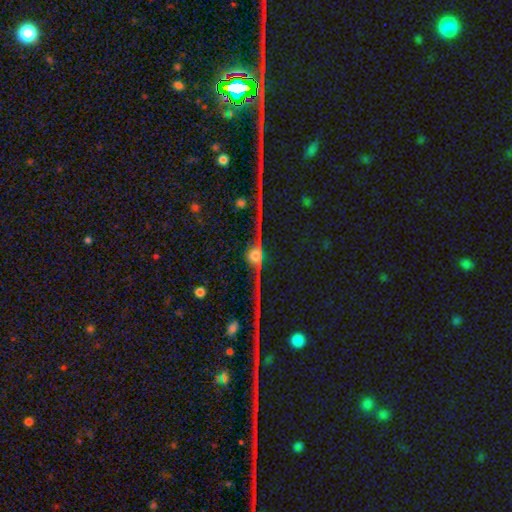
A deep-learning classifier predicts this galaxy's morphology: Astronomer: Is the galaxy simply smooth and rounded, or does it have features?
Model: featured or disk — 60%.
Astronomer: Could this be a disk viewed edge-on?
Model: yes — 80%.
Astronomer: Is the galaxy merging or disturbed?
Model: none — 78%.